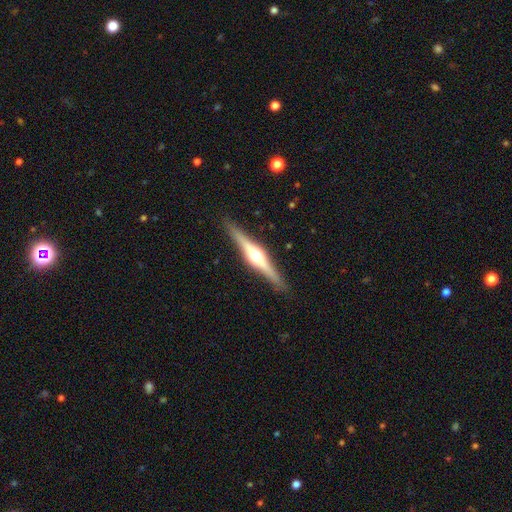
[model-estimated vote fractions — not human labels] Q: Smooth or featured?
A: featured or disk (78%); runner-up: smooth (17%)
Q: Edge-on disk?
A: yes (98%); runner-up: no (2%)
Q: Edge-on bulge?
A: rounded (93%); runner-up: boxy (5%)
Q: Merging?
A: none (90%); runner-up: minor disturbance (7%)